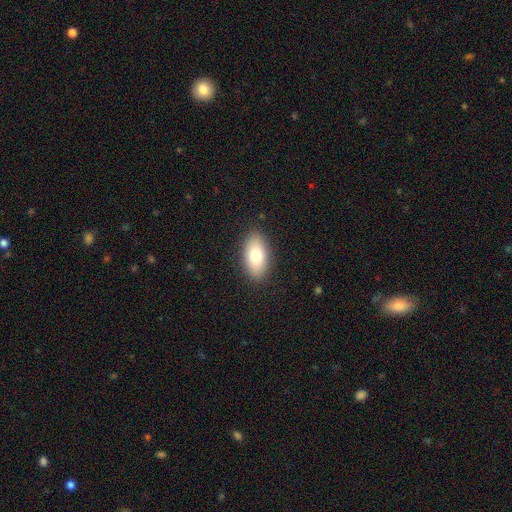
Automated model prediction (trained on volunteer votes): smooth-or-featured: smooth: 77% | featured or disk: 16% | star or artifact: 7%
  how-rounded: in between: 92% | cigar-shaped: 4% | round: 4%
  merging: none: 88% | minor disturbance: 9% | major disturbance: 2% | merger: 1%